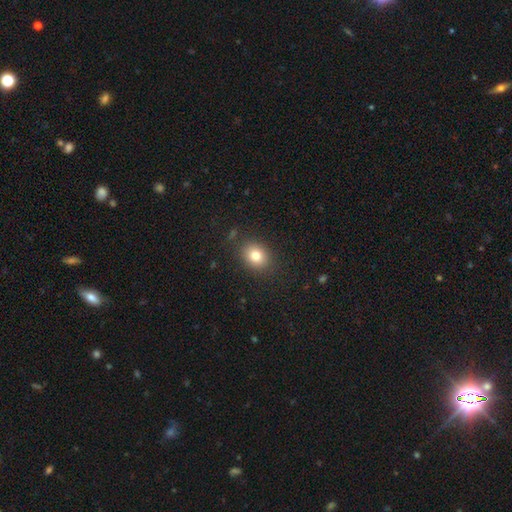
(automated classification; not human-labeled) A smooth galaxy with no disk features (80%) that is round (61%).

Vote fractions:
- Smooth or featured? smooth: 80% / star or artifact: 11% / featured or disk: 9%
- How rounded? round: 61% / in between: 38% / cigar-shaped: 1%
- Merging? none: 86% / minor disturbance: 9% / major disturbance: 3% / merger: 1%